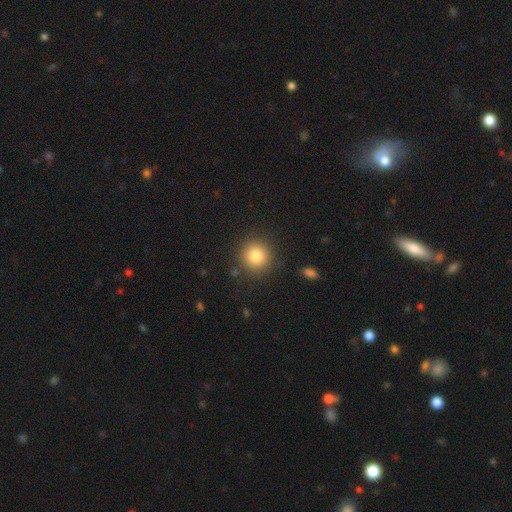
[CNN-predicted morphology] smooth-or-featured: smooth: 83% | star or artifact: 10% | featured or disk: 7%
  how-rounded: round: 93% | in between: 6% | cigar-shaped: 1%
  merging: none: 88% | minor disturbance: 7% | major disturbance: 3% | merger: 2%